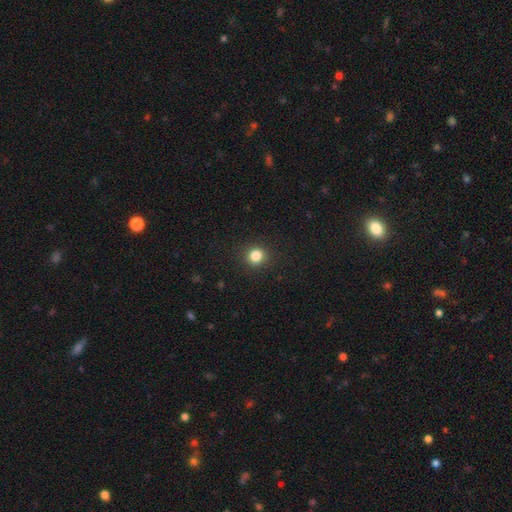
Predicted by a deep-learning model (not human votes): A smooth galaxy with no disk features (83%) that is round (88%). Merging: none (91%).